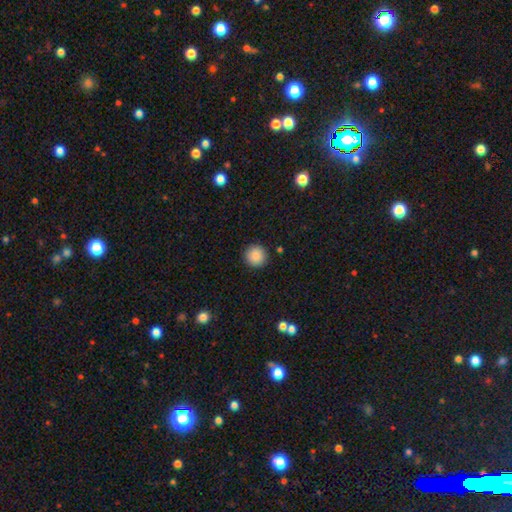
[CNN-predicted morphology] type=smooth (88%); roundness=round (95%); merging=none (92%).